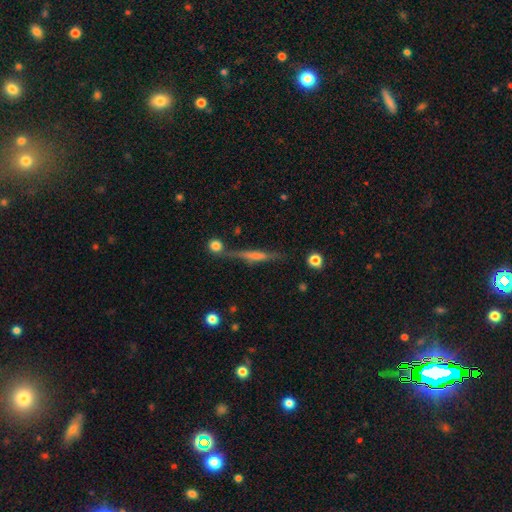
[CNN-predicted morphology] This is likely a featured or disk galaxy (64%). It is clearly viewed edge-on (93%). Edge-on bulge: likely rounded (70%). Merging: likely none (73%).